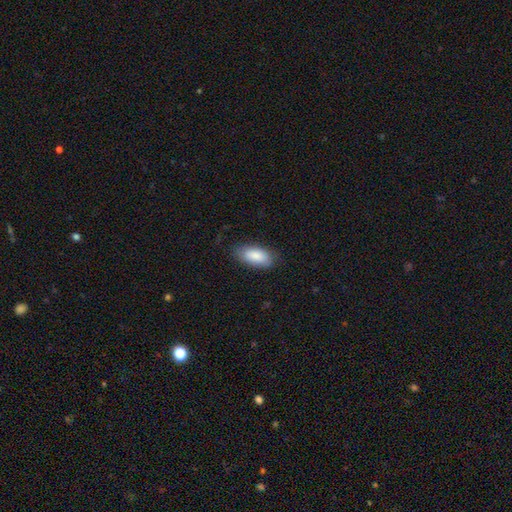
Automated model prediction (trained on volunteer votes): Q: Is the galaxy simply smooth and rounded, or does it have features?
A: smooth — 86%.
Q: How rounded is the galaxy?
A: in between — 90%.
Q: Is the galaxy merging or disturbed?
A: none — 79%.